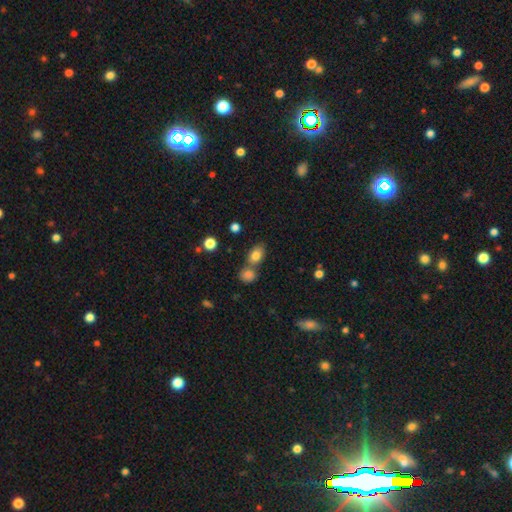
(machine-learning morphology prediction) A smooth galaxy with no disk features (81%) that is in between round and cigar-shaped (78%).

Vote fractions:
- Smooth or featured? smooth: 81% / star or artifact: 10% / featured or disk: 9%
- How rounded? in between: 78% / round: 20% / cigar-shaped: 2%
- Merging? none: 53% / merger: 34% / minor disturbance: 10% / major disturbance: 3%